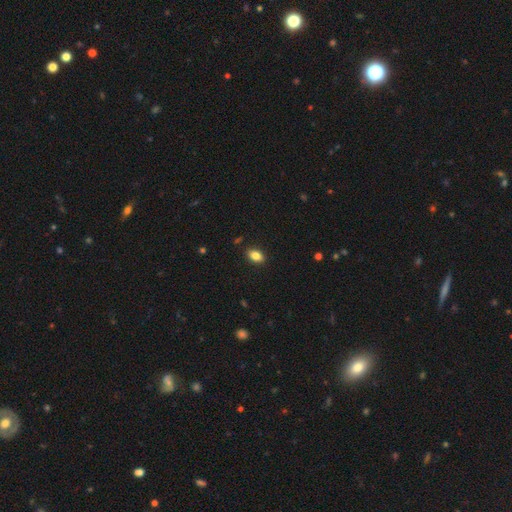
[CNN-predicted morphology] This is clearly a smooth galaxy (84%). How rounded: clearly in between (87%). Merging: clearly none (88%).